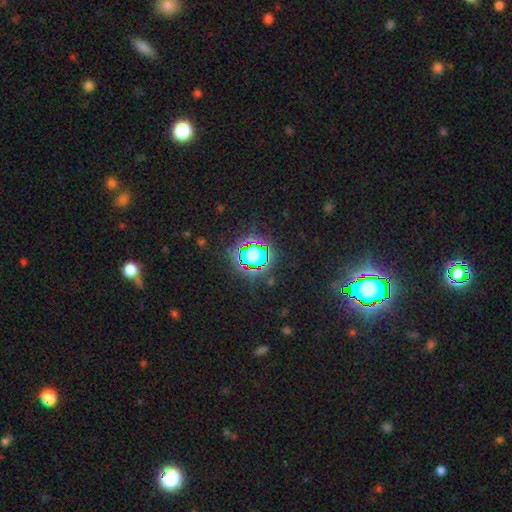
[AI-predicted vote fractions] The model was most divided on "smooth or featured": star or artifact: 74%, smooth: 17%, featured or disk: 9%.